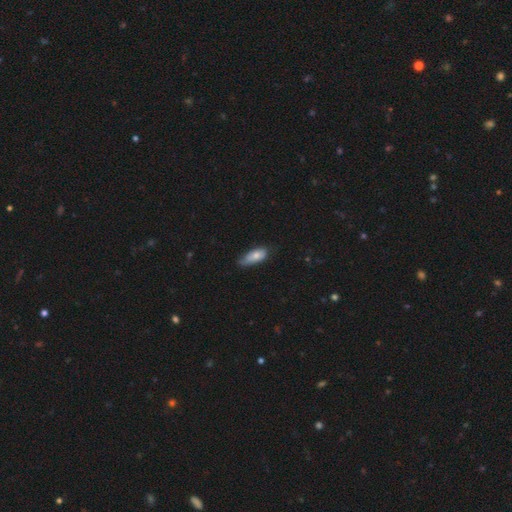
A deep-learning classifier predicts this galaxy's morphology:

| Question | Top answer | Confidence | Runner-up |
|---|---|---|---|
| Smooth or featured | smooth | 70% | featured or disk (23%) |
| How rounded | in between | 78% | cigar-shaped (20%) |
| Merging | none | 52% | minor disturbance (38%) |